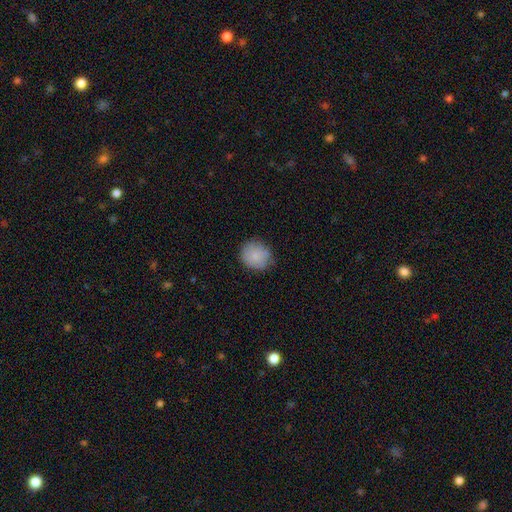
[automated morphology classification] Smooth or featured? Predicted: smooth (p=0.83). How rounded? Predicted: round (p=0.86). Merging? Predicted: none (p=0.76).